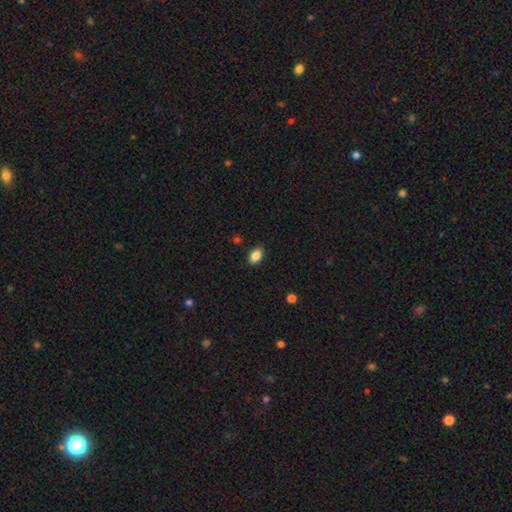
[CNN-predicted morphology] Smooth or featured? smooth (87%)
How rounded? in between (84%)
Merging? none (86%)